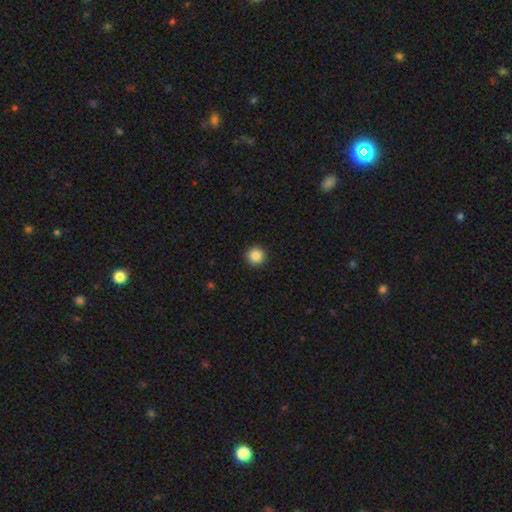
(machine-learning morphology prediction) smooth_or_featured: smooth (p=0.87) [alt: star or artifact p=0.10]
how_rounded: round (p=0.96) [alt: in between p=0.03]
merging: none (p=0.93) [alt: minor disturbance p=0.05]